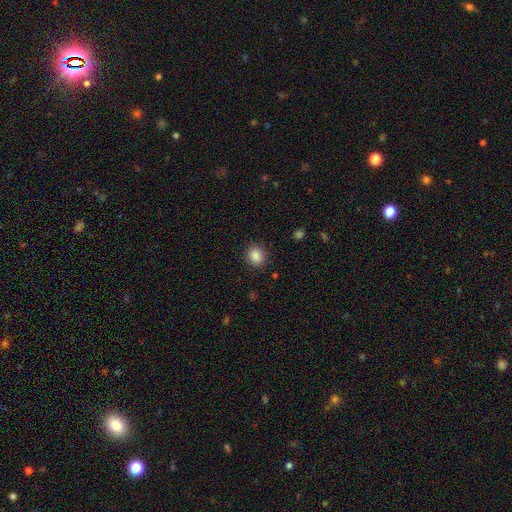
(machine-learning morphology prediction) A smooth galaxy with no disk features (87%) that is round (62%). Merging: none (88%).